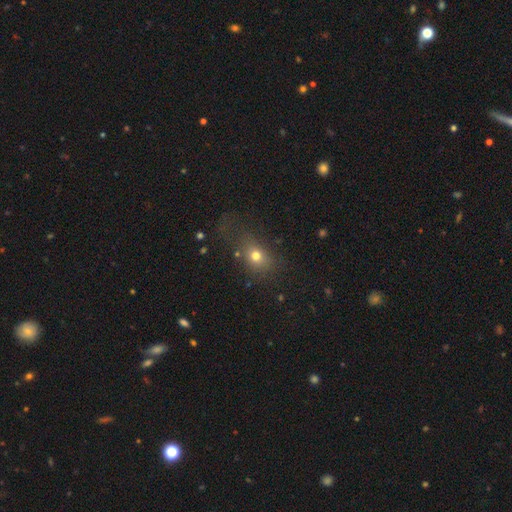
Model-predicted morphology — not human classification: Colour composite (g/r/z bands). It shows a smooth galaxy with no disk features (71%) that is in between round and cigar-shaped (50%). Merging: none (54%).